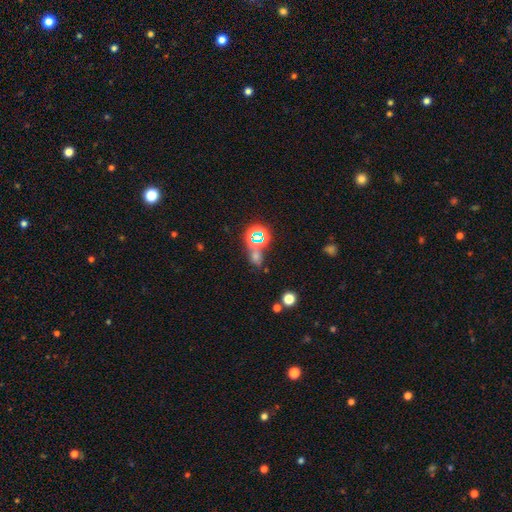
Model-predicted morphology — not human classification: star or artifact 61%, smooth 29%, featured or disk 10%.